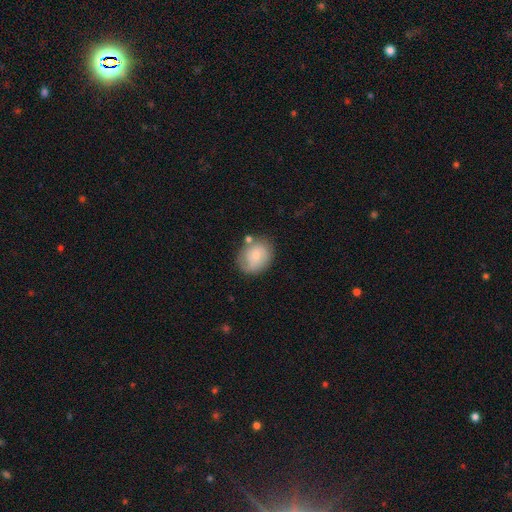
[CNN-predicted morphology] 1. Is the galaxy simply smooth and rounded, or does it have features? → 59% smooth, 33% featured or disk, 7% star or artifact.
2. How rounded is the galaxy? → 56% round, 43% in between, 1% cigar-shaped.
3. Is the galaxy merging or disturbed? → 65% none, 21% minor disturbance, 8% merger, 6% major disturbance.